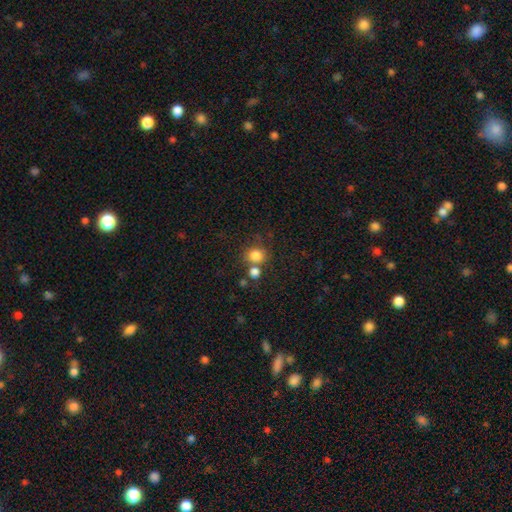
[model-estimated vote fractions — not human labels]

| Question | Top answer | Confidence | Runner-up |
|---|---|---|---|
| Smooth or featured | smooth | 81% | star or artifact (12%) |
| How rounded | round | 83% | in between (17%) |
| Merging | none | 62% | merger (24%) |